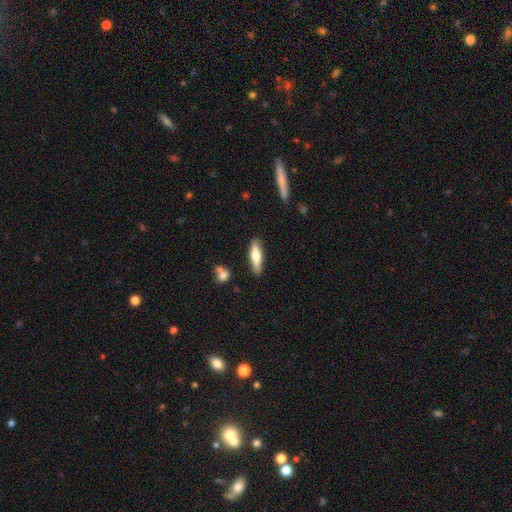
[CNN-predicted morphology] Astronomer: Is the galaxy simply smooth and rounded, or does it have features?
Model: smooth — 61%.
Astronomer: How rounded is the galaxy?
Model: cigar-shaped — 66%.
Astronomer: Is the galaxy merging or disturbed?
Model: none — 85%.